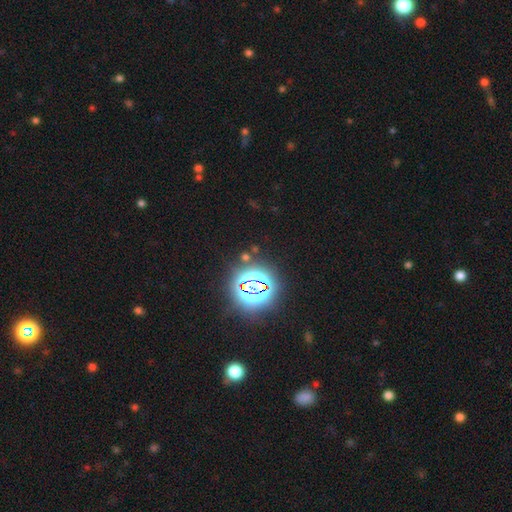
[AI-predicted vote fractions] star or artifact 84%, smooth 10%, featured or disk 6%.